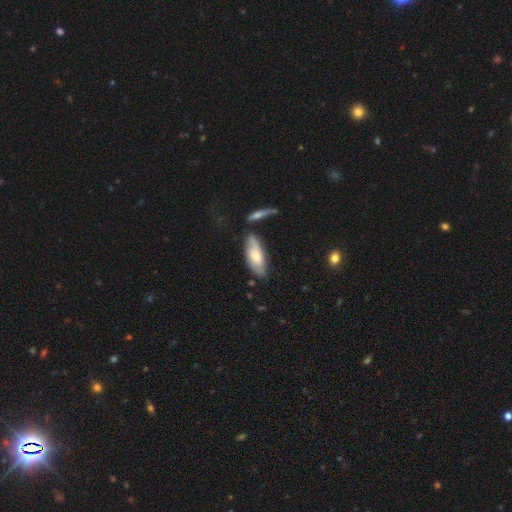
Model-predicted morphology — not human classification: A smooth galaxy with no disk features (55%) that is in between round and cigar-shaped (74%). Merging: none (64%).